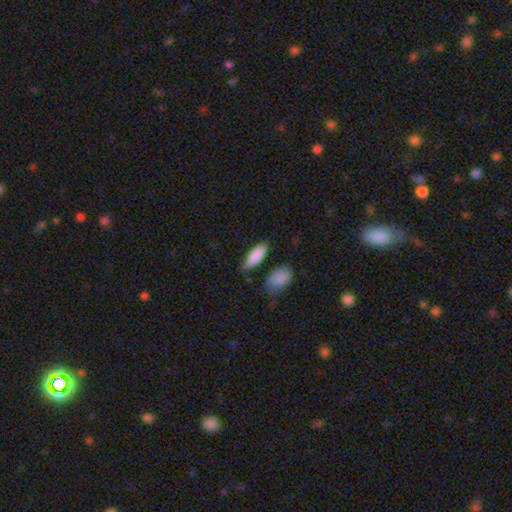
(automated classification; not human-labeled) smooth_or_featured: smooth (p=0.89) [alt: star or artifact p=0.06]
how_rounded: in between (p=0.76) [alt: cigar-shaped p=0.22]
merging: none (p=0.75) [alt: minor disturbance p=0.16]